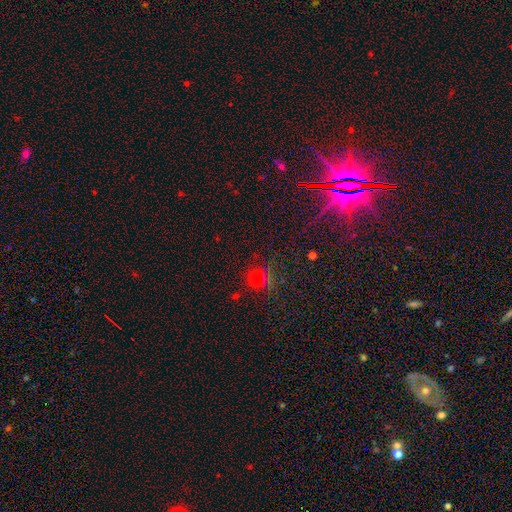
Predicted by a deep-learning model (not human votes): A smooth galaxy with no disk features (47%).

Vote fractions:
- Smooth or featured? smooth: 47% / star or artifact: 45% / featured or disk: 8%
- Merging? none: 75% / minor disturbance: 11% / merger: 7% / major disturbance: 6%